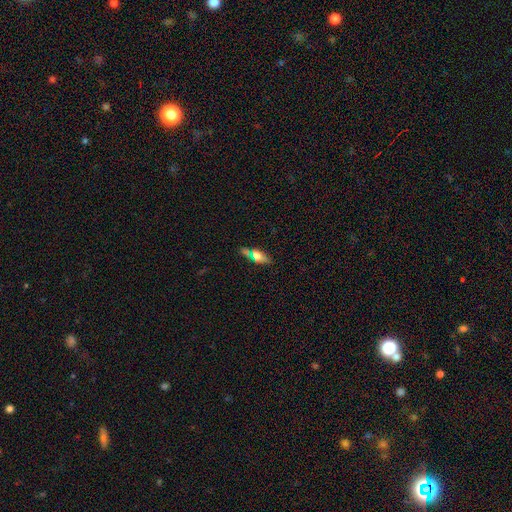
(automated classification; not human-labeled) Morphology: type=smooth (62%); roundness=in between (63%); merging=none (63%).